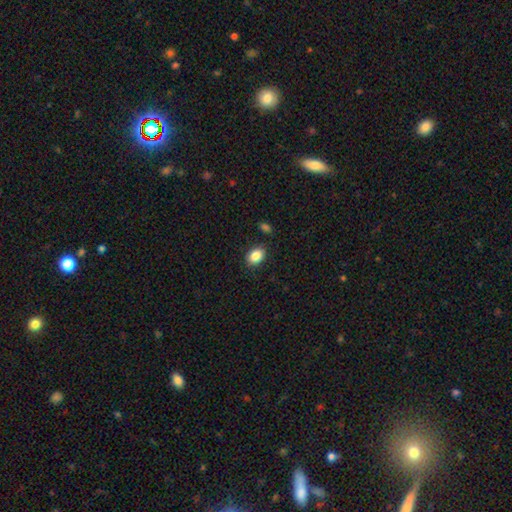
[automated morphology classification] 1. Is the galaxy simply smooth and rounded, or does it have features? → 87% smooth, 8% star or artifact, 6% featured or disk.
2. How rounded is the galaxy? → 78% in between, 21% round, 1% cigar-shaped.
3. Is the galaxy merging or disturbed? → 85% none, 10% minor disturbance, 2% major disturbance, 2% merger.